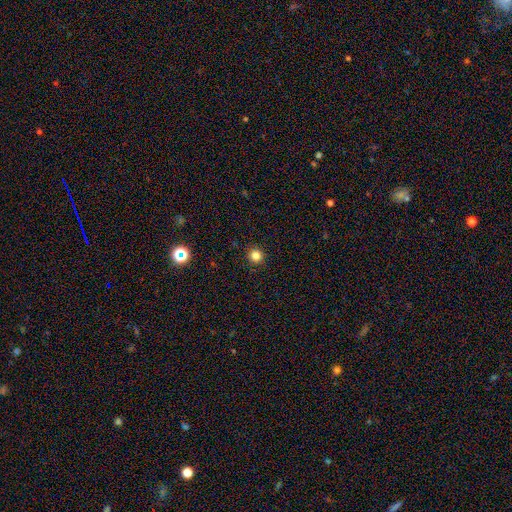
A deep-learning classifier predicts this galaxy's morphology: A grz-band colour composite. It shows a smooth galaxy with no disk features (82%) that is round (94%). Merging: none (92%).